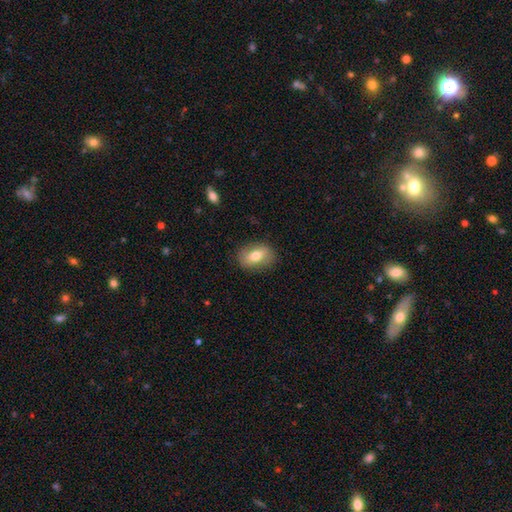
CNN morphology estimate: Q: Smooth or featured?
A: smooth (69%); runner-up: featured or disk (24%)
Q: How rounded?
A: in between (80%); runner-up: round (17%)
Q: Merging?
A: none (85%); runner-up: minor disturbance (11%)